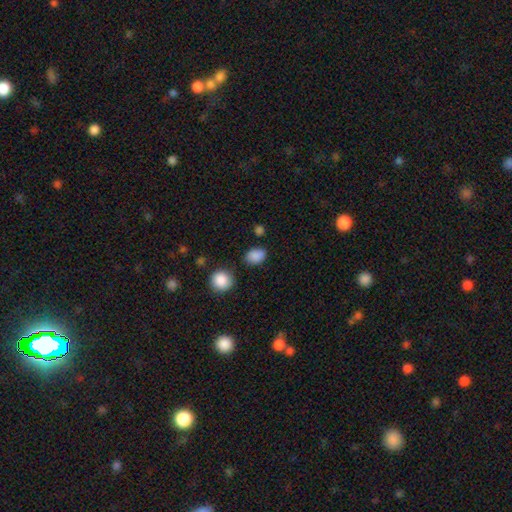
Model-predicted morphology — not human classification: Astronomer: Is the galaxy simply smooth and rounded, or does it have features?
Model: smooth — 86%.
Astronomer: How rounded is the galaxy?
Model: in between — 64%.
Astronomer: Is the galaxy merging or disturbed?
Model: none — 75%.